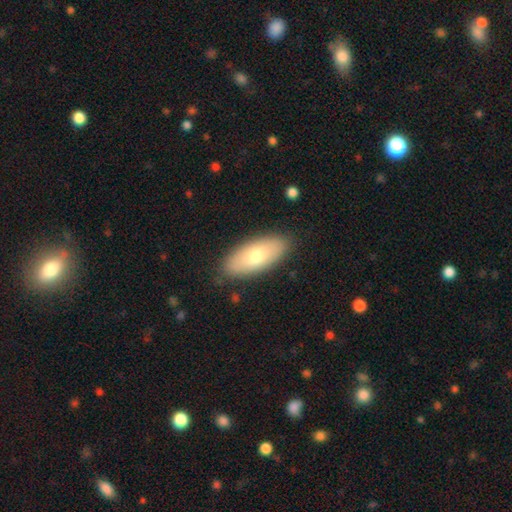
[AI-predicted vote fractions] smooth 70%, featured or disk 23%, star or artifact 7%. Down the decision tree: how rounded — in between (85%); merging — none (88%).